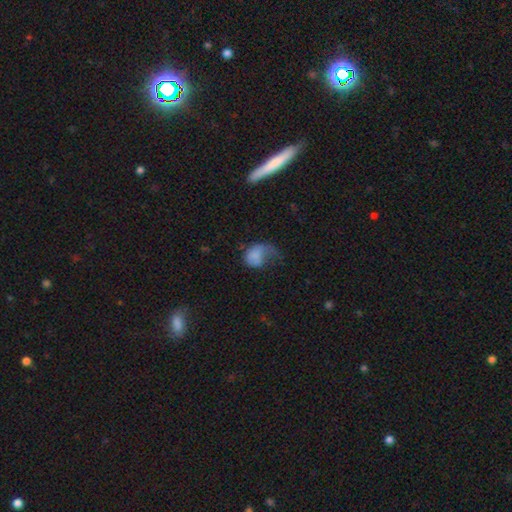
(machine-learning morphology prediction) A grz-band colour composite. It shows a smooth galaxy with no disk features (65%) that is in between round and cigar-shaped (64%). Merging: major disturbance (60%).